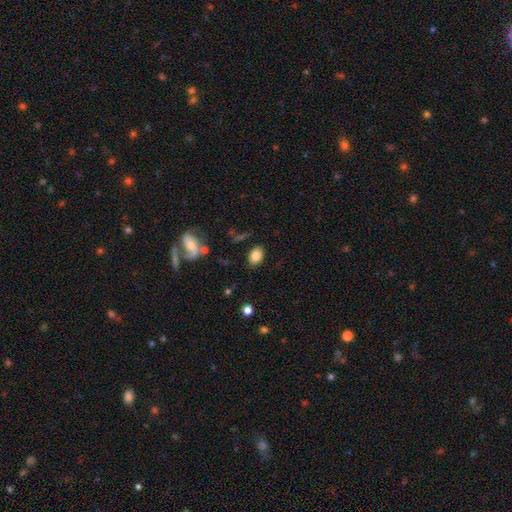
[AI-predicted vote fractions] Q: Smooth or featured?
A: smooth (81%); runner-up: featured or disk (10%)
Q: How rounded?
A: in between (83%); runner-up: round (16%)
Q: Merging?
A: none (83%); runner-up: minor disturbance (11%)